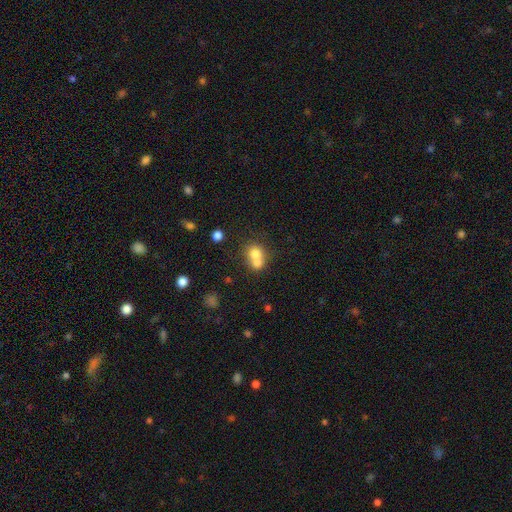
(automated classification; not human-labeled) smooth 72%, featured or disk 17%, star or artifact 11%. Down the decision tree: how rounded — round (71%); merging — merger (64%).